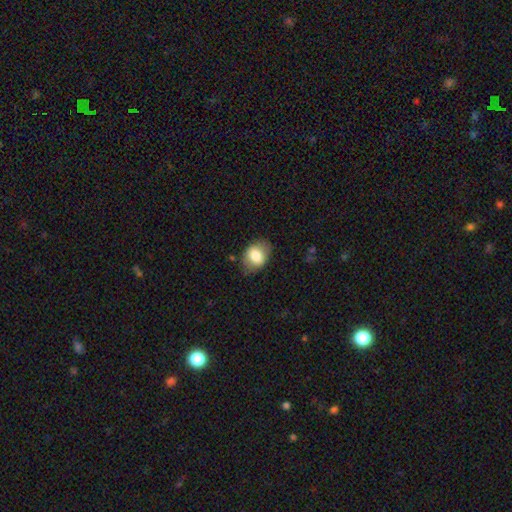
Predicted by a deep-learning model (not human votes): Morphology: type=smooth (76%); roundness=in between (74%); merging=none (76%).